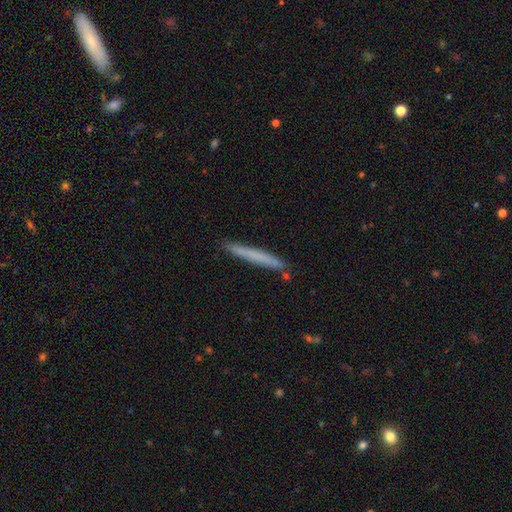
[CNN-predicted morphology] Smooth or featured? Predicted: smooth (p=0.67). How rounded? Predicted: cigar-shaped (p=0.97). Merging? Predicted: none (p=0.89).